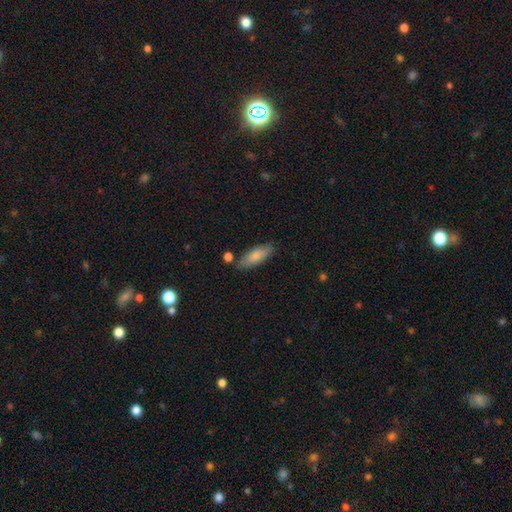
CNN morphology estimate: The model was most divided on "how rounded": in between: 69%, cigar-shaped: 29%, round: 2%. More confident: smooth or featured — smooth (79%); merging — none (76%).